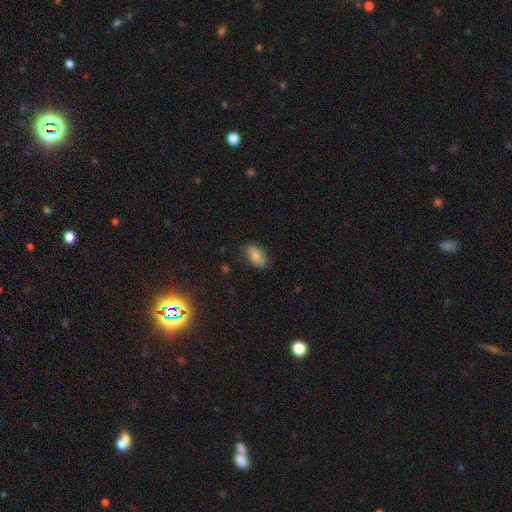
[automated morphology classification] A smooth galaxy with no disk features (79%) that is in between round and cigar-shaped (91%).

Vote fractions:
- Smooth or featured? smooth: 79% / featured or disk: 13% / star or artifact: 8%
- How rounded? in between: 91% / cigar-shaped: 5% / round: 4%
- Merging? none: 75% / minor disturbance: 19% / major disturbance: 4% / merger: 1%